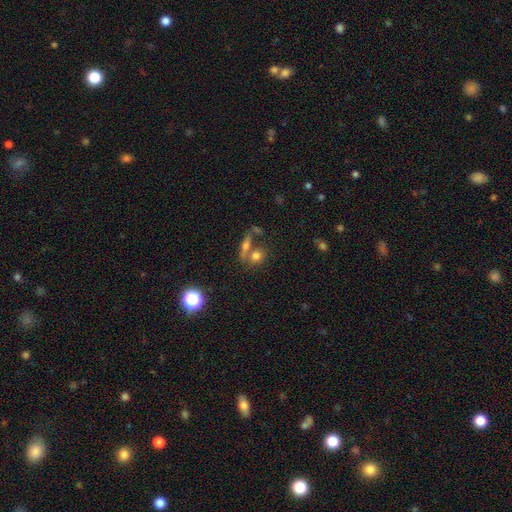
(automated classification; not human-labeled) smooth-or-featured: smooth: 56% | featured or disk: 23% | star or artifact: 21%
  how-rounded: round: 57% | in between: 34% | cigar-shaped: 8%
  merging: none: 46% | merger: 40% | minor disturbance: 8% | major disturbance: 6%